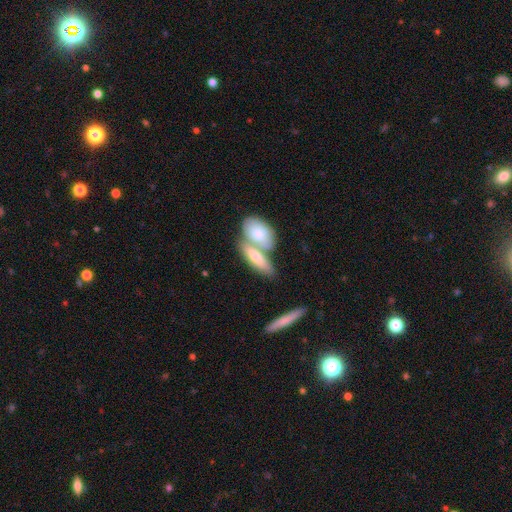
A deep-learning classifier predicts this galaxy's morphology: Smooth or featured?
  - smooth: 62% *
  - featured or disk: 32%
  - star or artifact: 6%
How rounded?
  - in between: 62% *
  - cigar-shaped: 32%
  - round: 6%
Merging?
  - merger: 54% *
  - none: 34%
  - minor disturbance: 9%
  - major disturbance: 3%